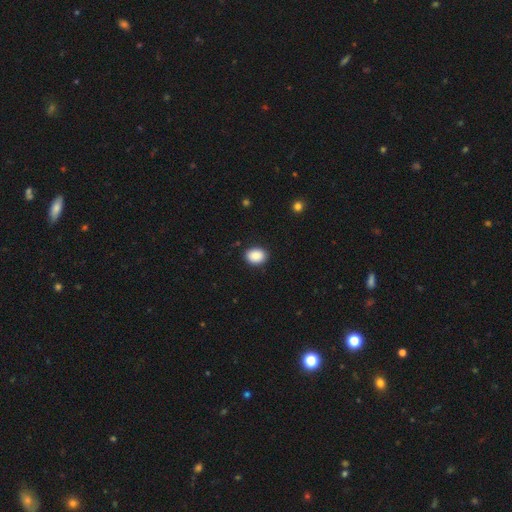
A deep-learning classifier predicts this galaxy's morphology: A smooth galaxy with no disk features (89%) that is in between round and cigar-shaped (55%).

Vote fractions:
- Smooth or featured? smooth: 89% / star or artifact: 8% / featured or disk: 3%
- How rounded? in between: 55% / round: 44% / cigar-shaped: 1%
- Merging? none: 89% / minor disturbance: 8% / major disturbance: 2% / merger: 1%